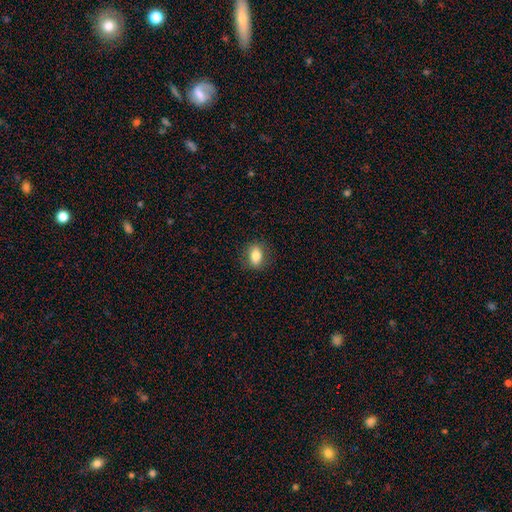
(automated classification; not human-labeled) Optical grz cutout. It shows a smooth galaxy with no disk features (79%) that is in between round and cigar-shaped (78%). Merging: none (85%).